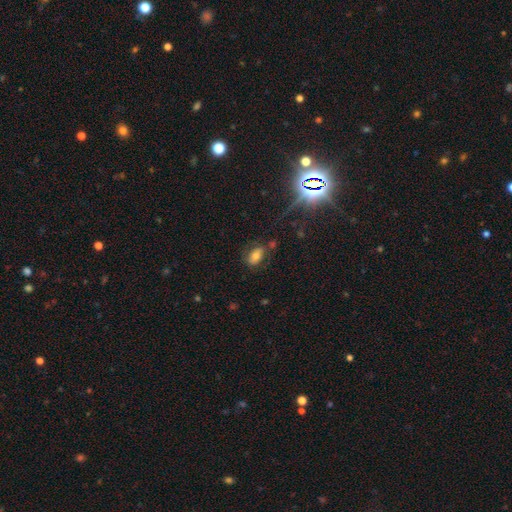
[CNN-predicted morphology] Q: Smooth or featured?
A: smooth (66%); runner-up: featured or disk (18%)
Q: How rounded?
A: in between (88%); runner-up: round (9%)
Q: Merging?
A: none (66%); runner-up: minor disturbance (18%)